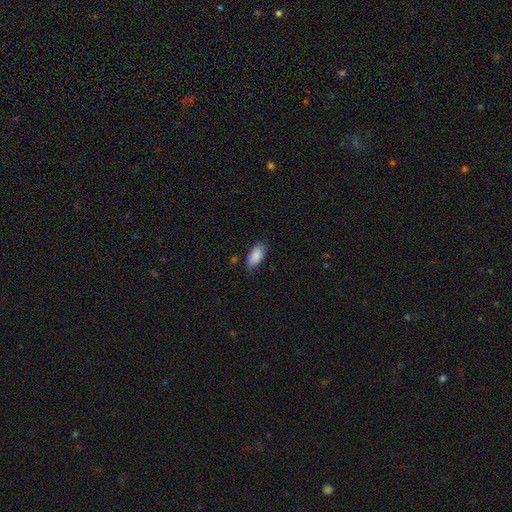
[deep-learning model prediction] Smooth or featured: smooth — 87% (star or artifact — 7%)
How rounded: in between — 90% (cigar-shaped — 8%)
Merging: none — 75% (minor disturbance — 20%)